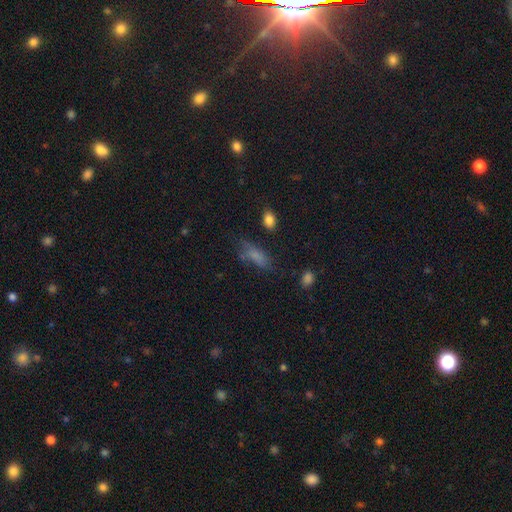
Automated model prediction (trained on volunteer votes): This is likely a smooth galaxy (69%). How rounded: likely in between (70%). Merging: possibly none (54%).